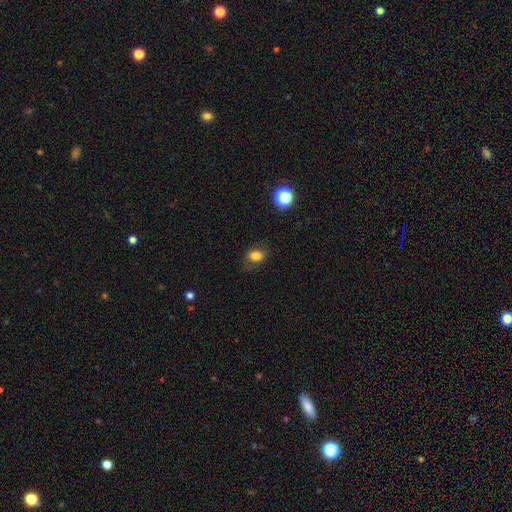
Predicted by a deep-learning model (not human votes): smooth-or-featured: smooth: 80% | star or artifact: 13% | featured or disk: 7%
  how-rounded: in between: 61% | round: 38% | cigar-shaped: 1%
  merging: none: 72% | minor disturbance: 19% | major disturbance: 8% | merger: 2%